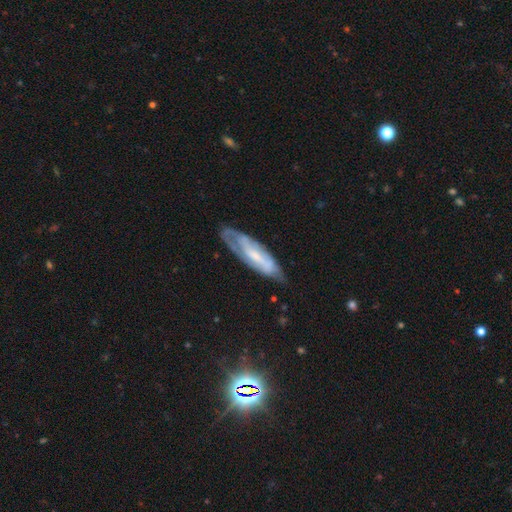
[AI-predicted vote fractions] Smooth or featured? featured or disk (65%)
Edge-on disk? no (72%)
Merging? none (62%)